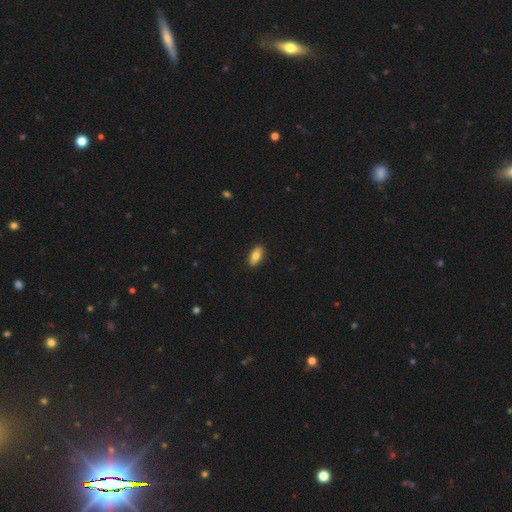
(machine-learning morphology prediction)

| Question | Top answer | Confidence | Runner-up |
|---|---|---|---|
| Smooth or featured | smooth | 82% | featured or disk (11%) |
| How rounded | in between | 88% | cigar-shaped (9%) |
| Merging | none | 90% | minor disturbance (8%) |